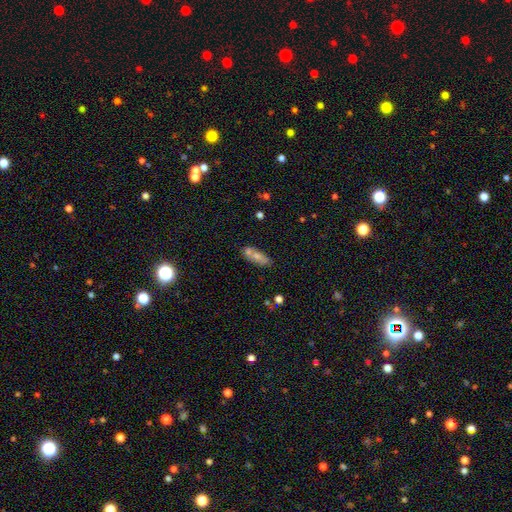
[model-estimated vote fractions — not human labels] Smooth or featured?
  - smooth: 64% *
  - featured or disk: 26%
  - star or artifact: 9%
How rounded?
  - in between: 65% *
  - cigar-shaped: 31%
  - round: 4%
Merging?
  - none: 49% *
  - merger: 30%
  - minor disturbance: 15%
  - major disturbance: 5%